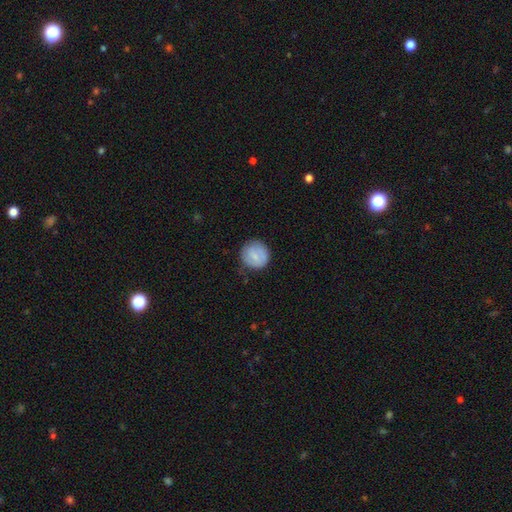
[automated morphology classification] Smooth or featured?
  - smooth: 73% *
  - featured or disk: 20%
  - star or artifact: 7%
How rounded?
  - round: 91% *
  - in between: 8%
  - cigar-shaped: 1%
Merging?
  - none: 76% *
  - minor disturbance: 19%
  - major disturbance: 4%
  - merger: 1%